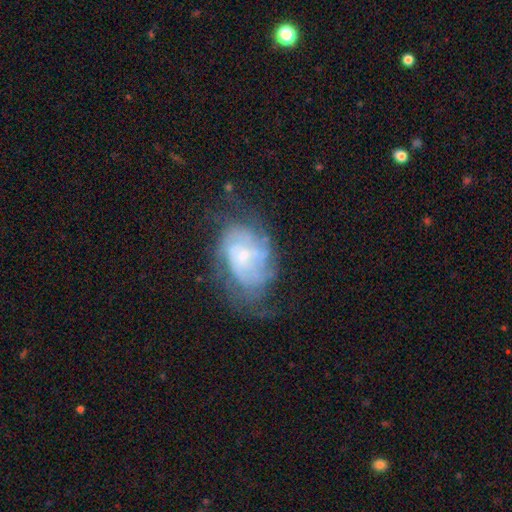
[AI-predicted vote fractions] The model was most divided on "spiral winding": tight: 55%, medium: 32%, loose: 13%. More confident: edge-on disk — no (96%); spiral arms — yes (81%); bulge size — small (71%); bar — no (71%); smooth or featured — featured or disk (70%); spiral arm count — can't tell (56%); merging — none (53%).